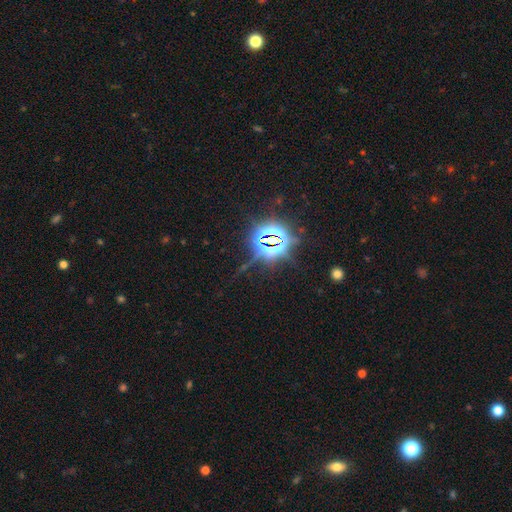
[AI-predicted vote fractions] A star or artifact, not a galaxy (84%).

Vote fractions:
- Smooth or featured? star or artifact: 84% / smooth: 10% / featured or disk: 6%